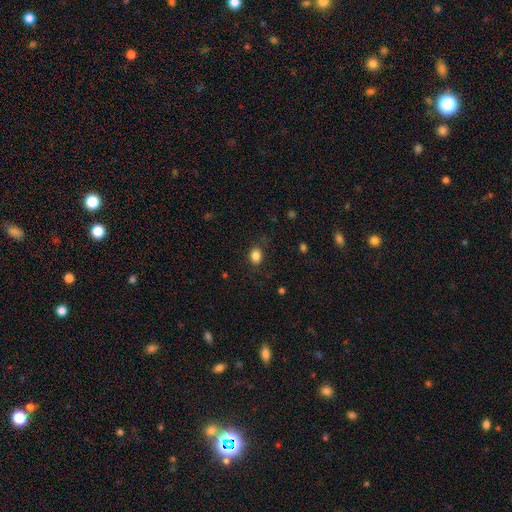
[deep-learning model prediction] A smooth galaxy with no disk features (84%) that is round (54%). Merging: none (78%).